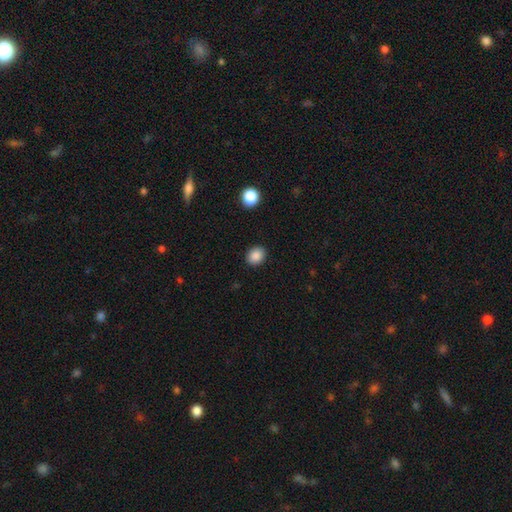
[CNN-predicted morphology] This appears to be a smooth galaxy with no disk features (88%) that is round (58%). Merging: none (89%).